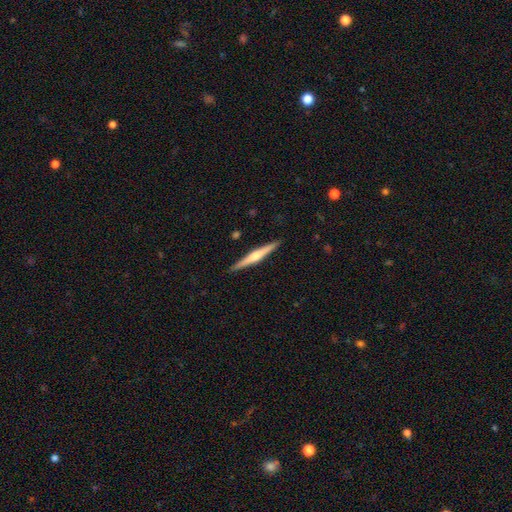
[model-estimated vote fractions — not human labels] Smooth or featured?
  - featured or disk: 61% *
  - smooth: 34%
  - star or artifact: 5%
Edge-on disk?
  - yes: 98% *
  - no: 2%
Edge-on bulge?
  - rounded: 71% *
  - none: 16%
  - boxy: 13%
Merging?
  - none: 91% *
  - minor disturbance: 6%
  - major disturbance: 1%
  - merger: 1%